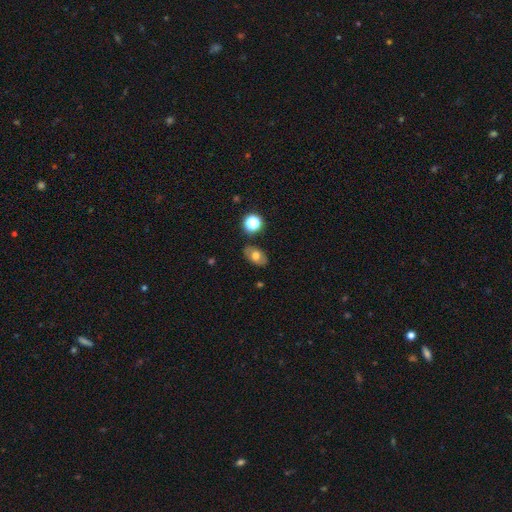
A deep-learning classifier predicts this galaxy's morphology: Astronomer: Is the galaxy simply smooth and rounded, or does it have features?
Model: smooth — 62%.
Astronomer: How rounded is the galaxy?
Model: in between — 84%.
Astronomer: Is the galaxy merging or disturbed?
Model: none — 82%.